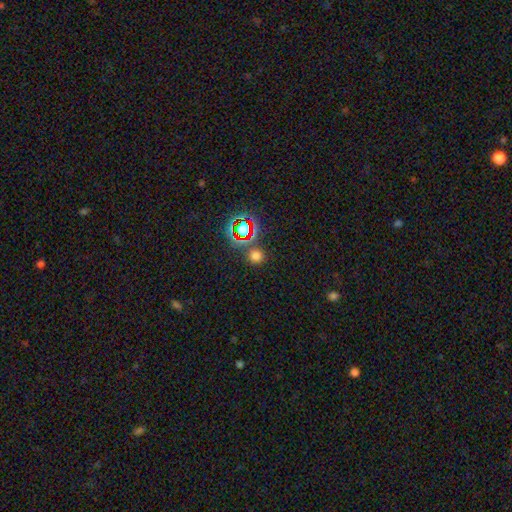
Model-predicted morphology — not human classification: Q: Smooth or featured?
A: smooth (65%); runner-up: star or artifact (29%)
Q: How rounded?
A: round (91%); runner-up: in between (8%)
Q: Merging?
A: none (80%); runner-up: merger (8%)